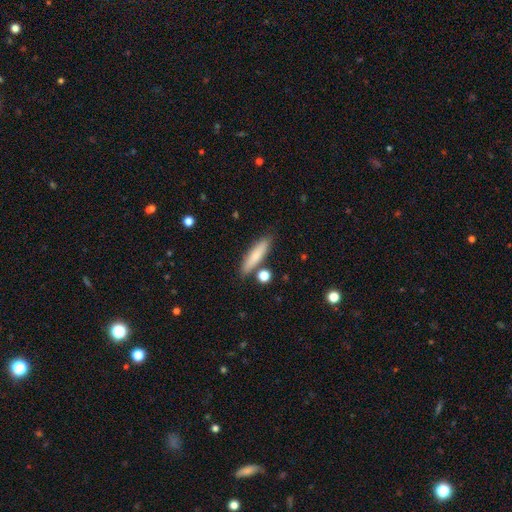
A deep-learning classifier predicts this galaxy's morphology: This is likely a smooth galaxy (78%). How rounded: clearly cigar-shaped (80%). Merging: clearly none (81%).